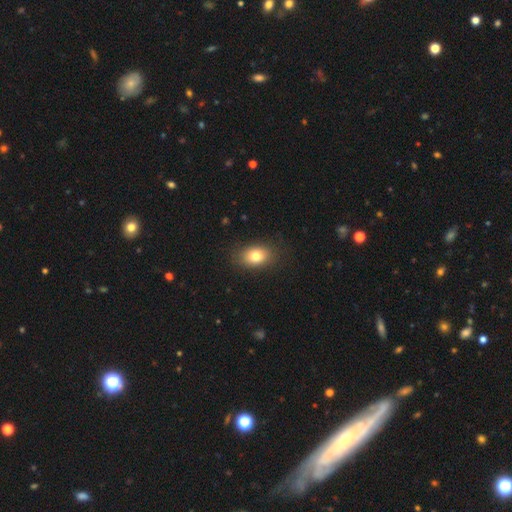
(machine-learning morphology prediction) smooth-or-featured: smooth: 79% | featured or disk: 11% | star or artifact: 10%
  how-rounded: in between: 72% | round: 26% | cigar-shaped: 1%
  merging: none: 85% | minor disturbance: 11% | major disturbance: 3% | merger: 1%